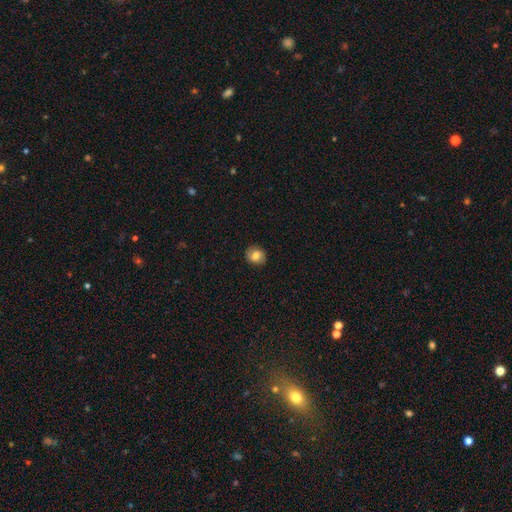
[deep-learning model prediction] This is likely a smooth galaxy (75%). How rounded: likely round (71%). Merging: clearly none (87%).